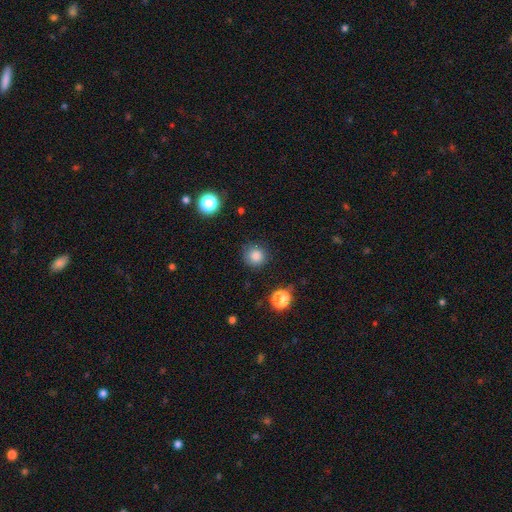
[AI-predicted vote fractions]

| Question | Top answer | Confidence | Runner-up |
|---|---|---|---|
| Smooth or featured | smooth | 84% | star or artifact (12%) |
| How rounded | round | 92% | in between (7%) |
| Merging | none | 84% | minor disturbance (11%) |